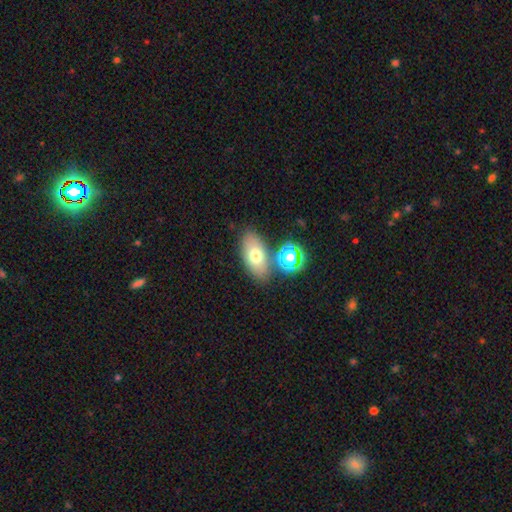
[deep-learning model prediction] A smooth galaxy with no disk features (70%) that is in between round and cigar-shaped (88%). Merging: none (71%).